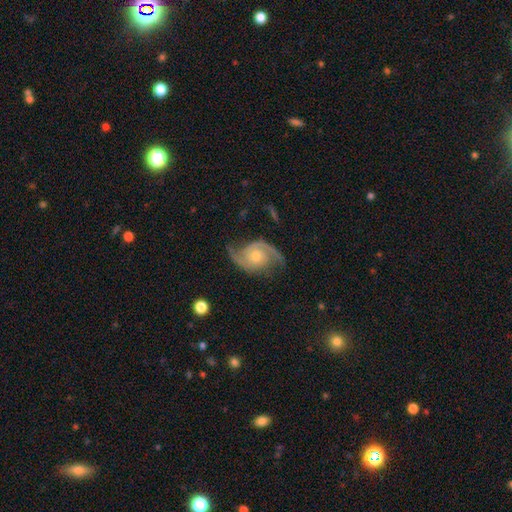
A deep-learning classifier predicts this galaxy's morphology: featured or disk 90%, smooth 5%, star or artifact 5%. Down the decision tree: edge-on disk — no (98%); bar — no (73%); spiral arms — yes (98%); spiral arm count — 2 (92%); spiral winding — medium (50%); bulge size — moderate (53%); merging — none (74%).